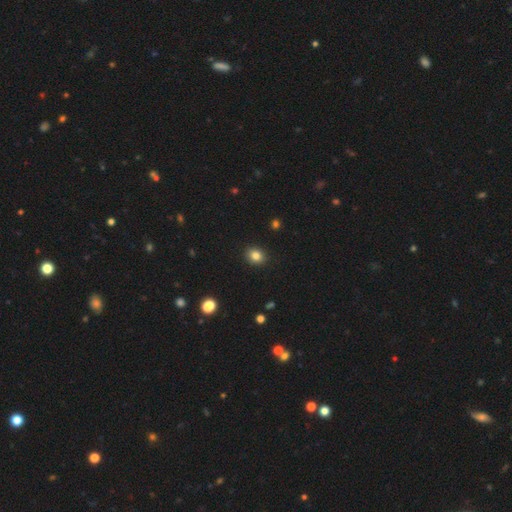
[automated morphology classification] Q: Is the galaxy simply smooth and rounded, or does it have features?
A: smooth — 83%.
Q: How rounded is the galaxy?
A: round — 58%.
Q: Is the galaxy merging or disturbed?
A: none — 90%.